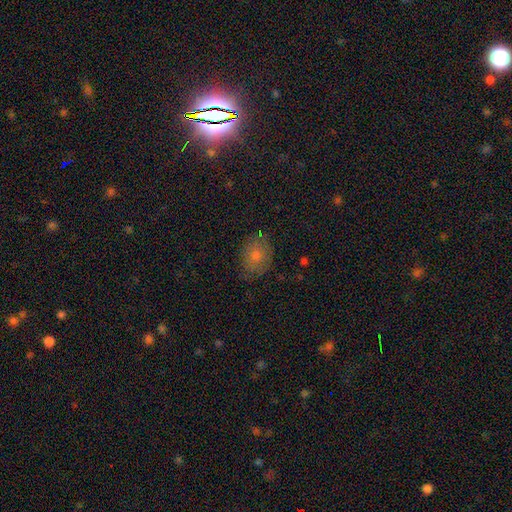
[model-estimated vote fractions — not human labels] Smooth or featured? smooth (77%)
How rounded? in between (57%)
Merging? none (72%)